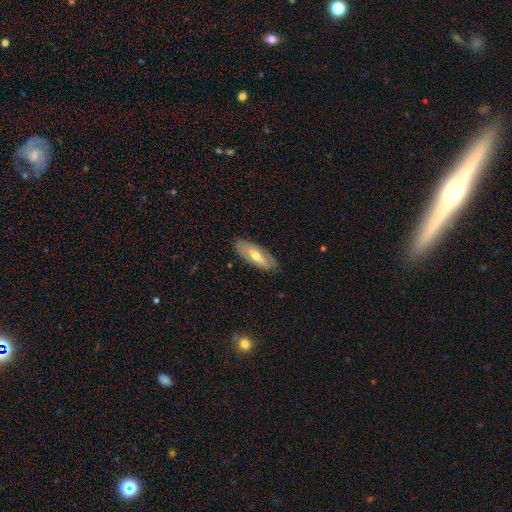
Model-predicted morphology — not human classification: A featured or disk galaxy (55%). Merging: none (84%).